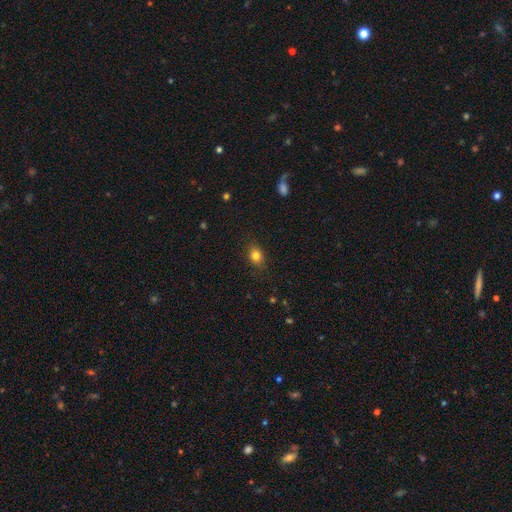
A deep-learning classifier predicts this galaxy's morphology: Smooth or featured: smooth — 82% (star or artifact — 11%)
How rounded: in between — 58% (round — 41%)
Merging: none — 84% (minor disturbance — 12%)